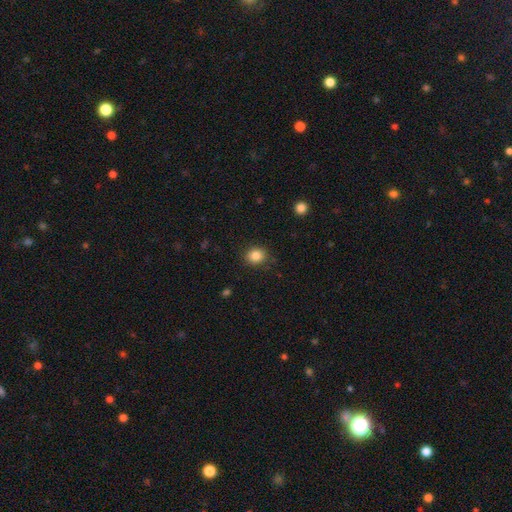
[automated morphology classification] Smooth or featured? Predicted: smooth (p=0.85). How rounded? Predicted: round (p=0.74). Merging? Predicted: none (p=0.87).